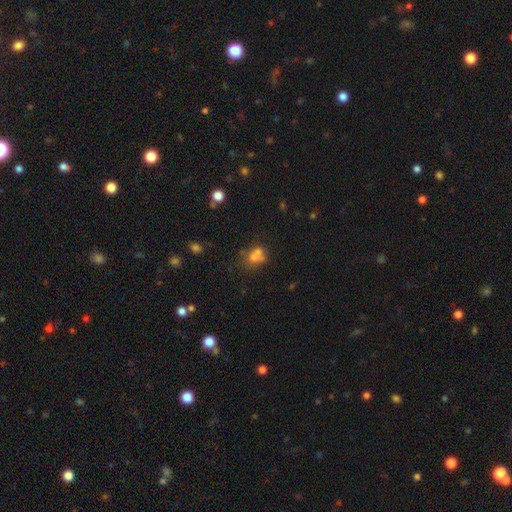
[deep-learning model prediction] This appears to be a smooth galaxy with no disk features (62%) that is round (56%). Merging: merger (44%).